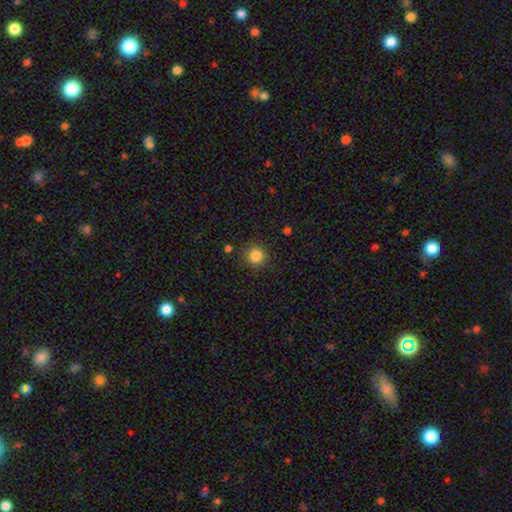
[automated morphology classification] Q: Smooth or featured?
A: smooth (85%); runner-up: star or artifact (11%)
Q: How rounded?
A: round (94%); runner-up: in between (5%)
Q: Merging?
A: none (87%); runner-up: minor disturbance (8%)